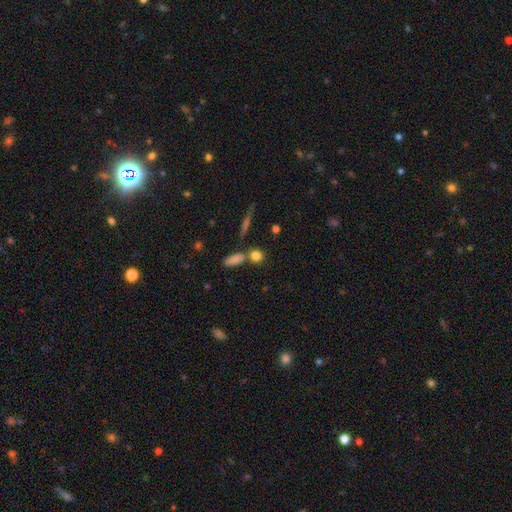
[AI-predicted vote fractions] Q: Smooth or featured?
A: smooth (80%); runner-up: star or artifact (11%)
Q: How rounded?
A: round (61%); runner-up: in between (30%)
Q: Merging?
A: none (61%); runner-up: merger (25%)